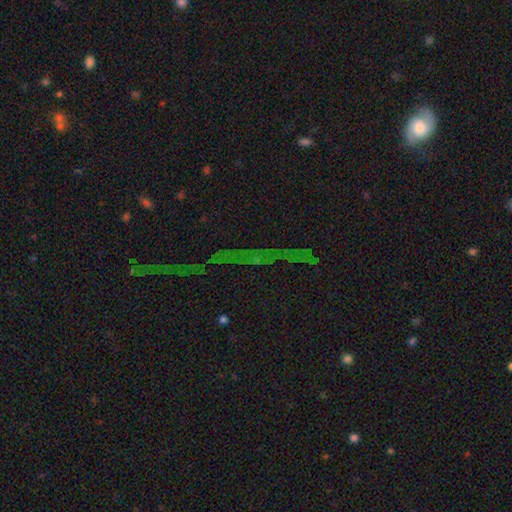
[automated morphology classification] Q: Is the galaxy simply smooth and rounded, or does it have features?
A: star or artifact — 67%.